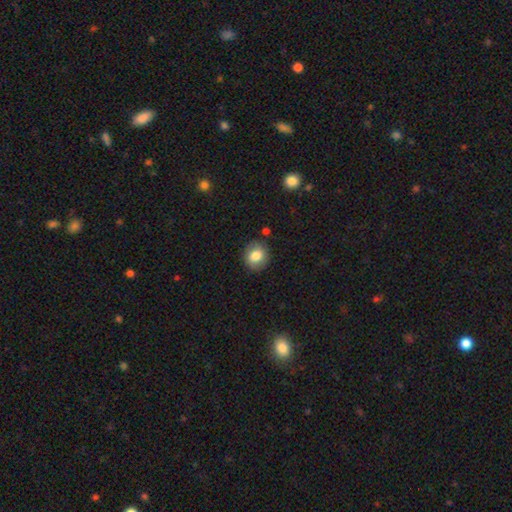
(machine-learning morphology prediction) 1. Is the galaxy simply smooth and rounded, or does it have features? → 79% smooth, 12% featured or disk, 9% star or artifact.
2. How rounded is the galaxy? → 78% round, 21% in between, 1% cigar-shaped.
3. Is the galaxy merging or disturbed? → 86% none, 10% minor disturbance, 2% major disturbance, 2% merger.